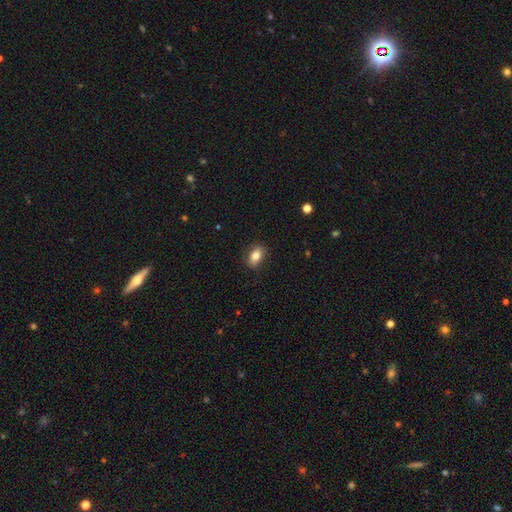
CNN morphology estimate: smooth-or-featured: smooth: 78% | featured or disk: 13% | star or artifact: 9%
  how-rounded: in between: 81% | round: 16% | cigar-shaped: 3%
  merging: none: 81% | minor disturbance: 15% | major disturbance: 3% | merger: 1%